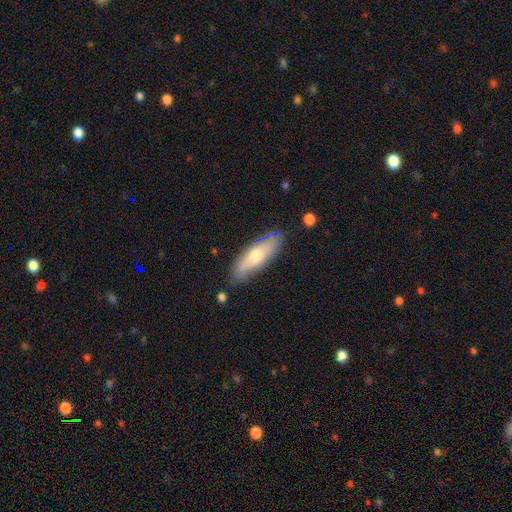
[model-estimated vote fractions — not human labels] Q: Smooth or featured?
A: smooth (56%); runner-up: featured or disk (38%)
Q: How rounded?
A: in between (54%); runner-up: cigar-shaped (43%)
Q: Merging?
A: none (79%); runner-up: minor disturbance (16%)